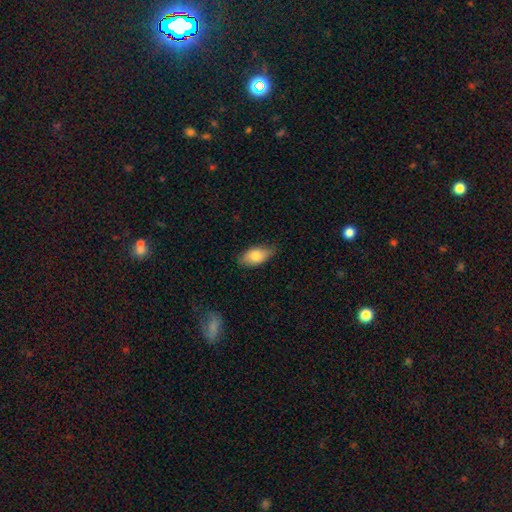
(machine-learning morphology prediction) This is likely a smooth galaxy (79%). How rounded: clearly in between (92%). Merging: likely none (77%).